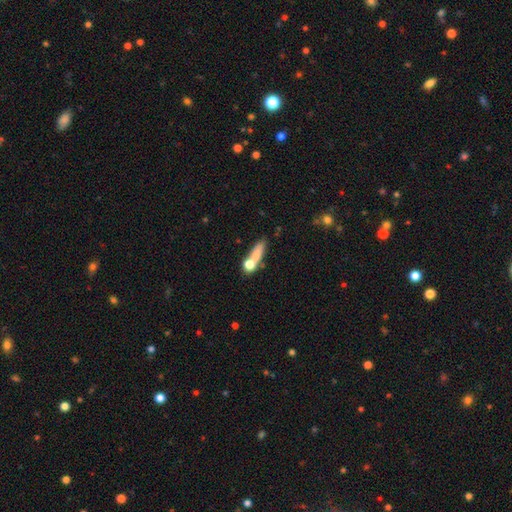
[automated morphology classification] smooth_or_featured: smooth (p=0.69) [alt: featured or disk p=0.21]
how_rounded: cigar-shaped (p=0.49) [alt: in between p=0.32]
merging: none (p=0.44) [alt: merger p=0.34]